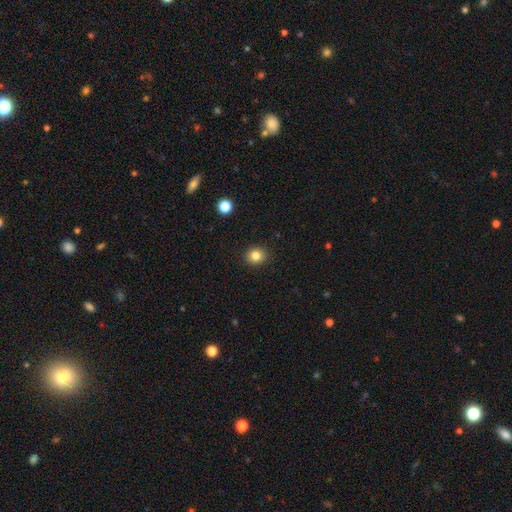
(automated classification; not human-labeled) Morphology: type=smooth (83%); roundness=round (81%); merging=none (91%).